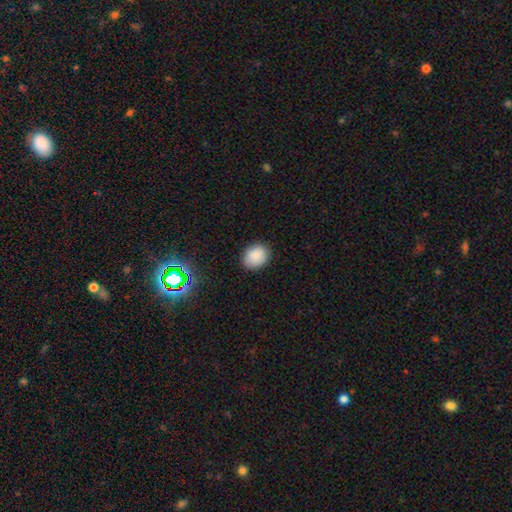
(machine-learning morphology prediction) Smooth or featured: smooth — 87% (star or artifact — 9%)
How rounded: round — 57% (in between — 42%)
Merging: none — 87% (minor disturbance — 10%)